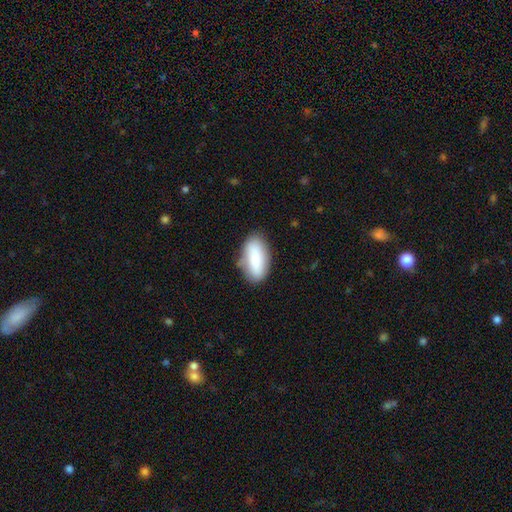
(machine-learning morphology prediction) A smooth galaxy with no disk features (75%) that is in between round and cigar-shaped (87%). Merging: none (78%).